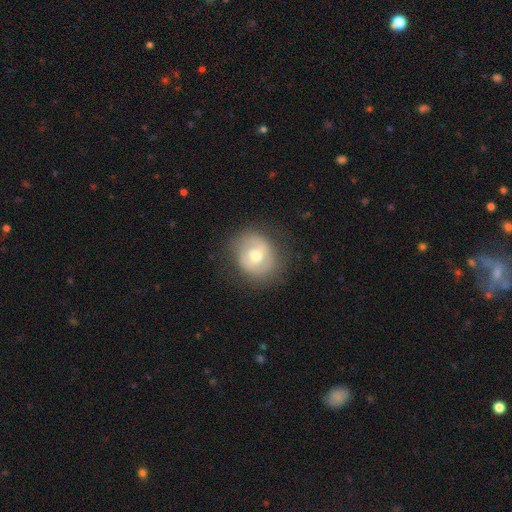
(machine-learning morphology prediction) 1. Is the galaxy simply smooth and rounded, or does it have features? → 50% featured or disk, 43% smooth, 7% star or artifact.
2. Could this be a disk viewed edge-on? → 96% no, 4% yes.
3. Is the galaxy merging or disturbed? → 75% none, 17% minor disturbance, 7% major disturbance, 1% merger.